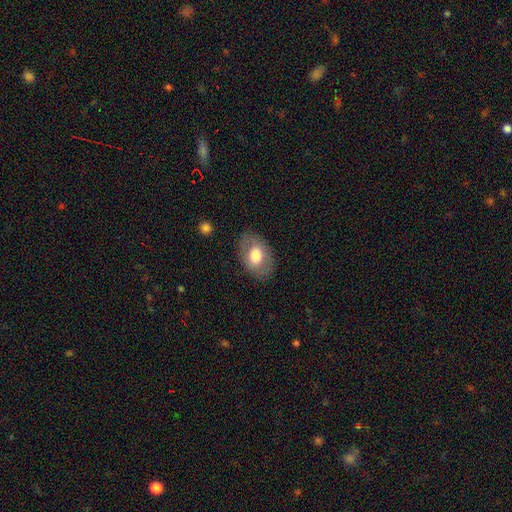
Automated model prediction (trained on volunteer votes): Smooth or featured? Predicted: smooth (p=0.67). How rounded? Predicted: in between (p=0.84). Merging? Predicted: none (p=0.81).